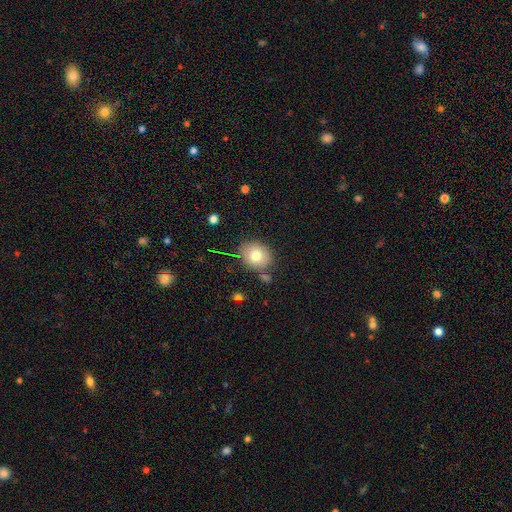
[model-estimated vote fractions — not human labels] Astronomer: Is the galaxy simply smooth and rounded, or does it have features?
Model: smooth — 75%.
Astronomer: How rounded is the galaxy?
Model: round — 64%.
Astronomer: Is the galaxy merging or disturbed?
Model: none — 78%.